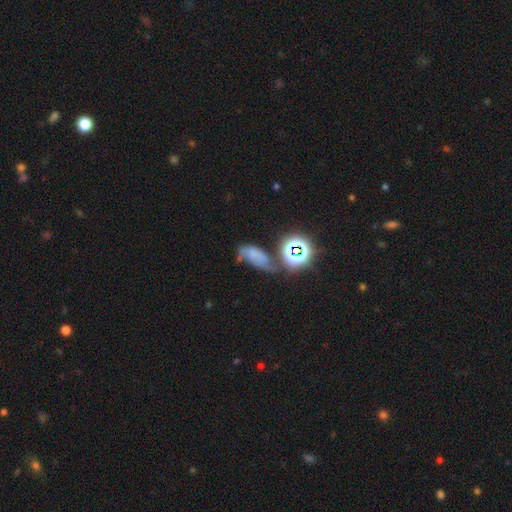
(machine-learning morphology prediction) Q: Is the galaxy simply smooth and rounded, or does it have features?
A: smooth — 40%.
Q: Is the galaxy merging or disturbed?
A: none — 36%.